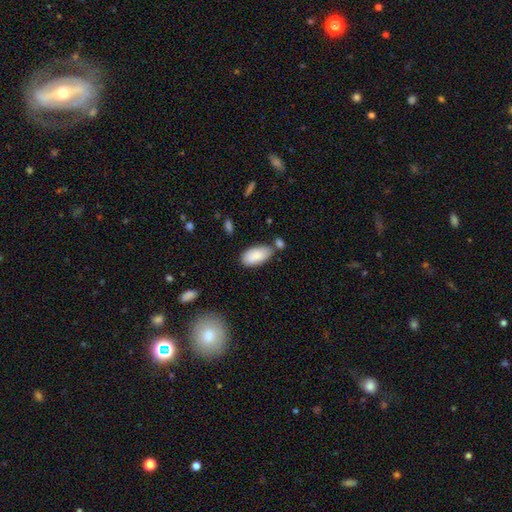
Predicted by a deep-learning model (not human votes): Smooth or featured: smooth — 86% (featured or disk — 8%)
How rounded: in between — 95% (cigar-shaped — 3%)
Merging: none — 65% (minor disturbance — 18%)